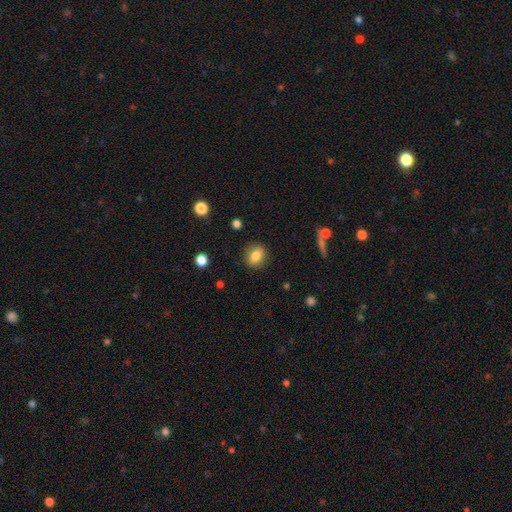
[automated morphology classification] The model was most divided on "how rounded": round: 50%, in between: 48%, cigar-shaped: 2%. More confident: merging — none (87%); smooth or featured — smooth (80%).